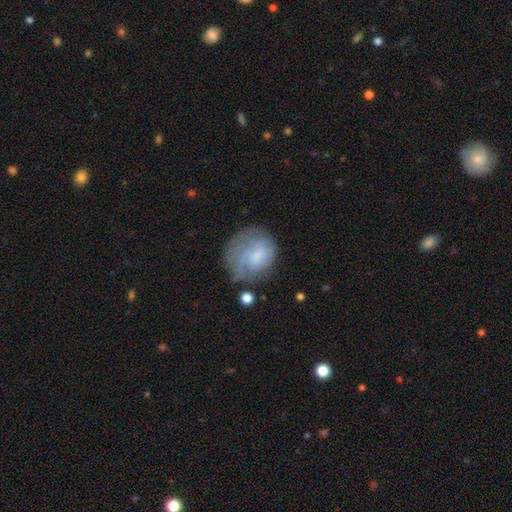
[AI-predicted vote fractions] featured or disk 46% (tied), smooth 46% (tied), star or artifact 9%. Down the decision tree: merging — none (50%).